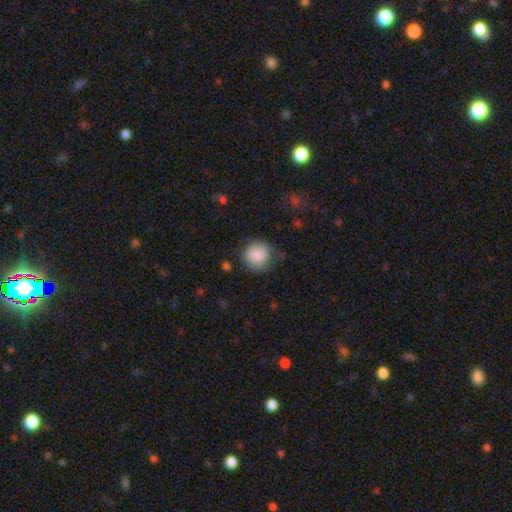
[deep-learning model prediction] This appears to be a smooth galaxy with no disk features (87%) that is round (89%). Merging: none (64%).